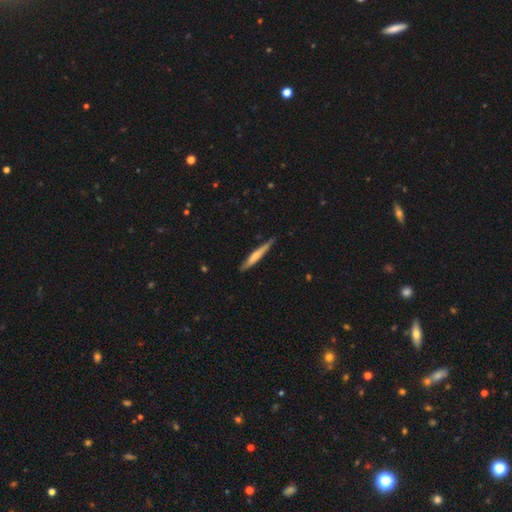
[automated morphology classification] smooth-or-featured: smooth: 59% | featured or disk: 36% | star or artifact: 5%
  how-rounded: cigar-shaped: 94% | in between: 4% | round: 1%
  merging: none: 80% | minor disturbance: 16% | major disturbance: 2% | merger: 2%